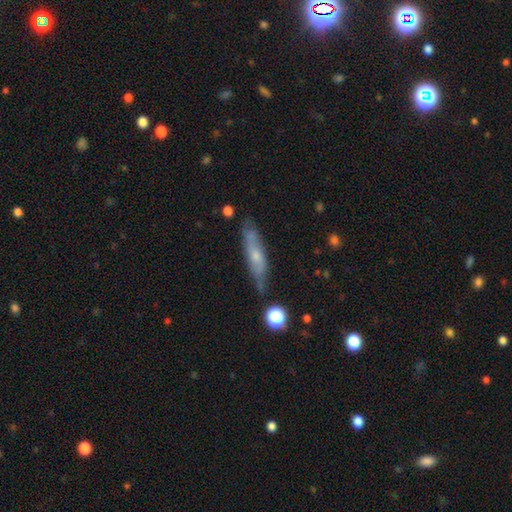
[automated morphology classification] featured or disk 47%, smooth 46%, star or artifact 8%. Down the decision tree: merging — none (70%).